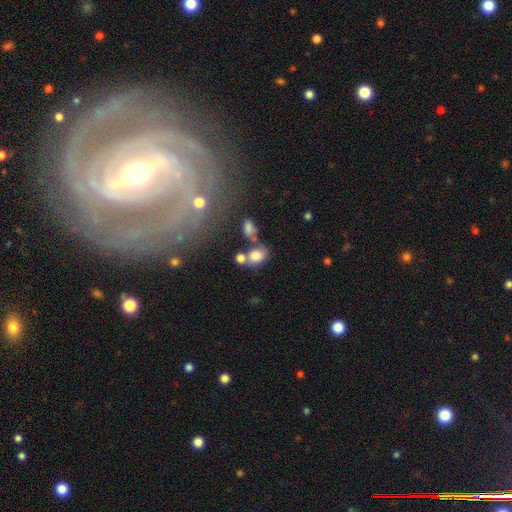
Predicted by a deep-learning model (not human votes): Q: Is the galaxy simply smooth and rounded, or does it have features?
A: smooth — 77%.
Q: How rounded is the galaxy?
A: in between — 64%.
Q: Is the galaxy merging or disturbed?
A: none — 47%.